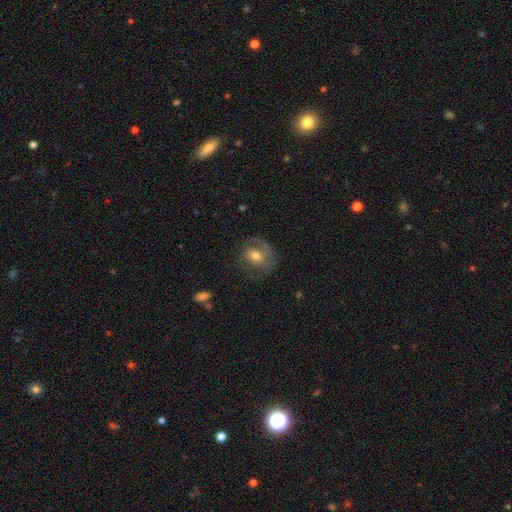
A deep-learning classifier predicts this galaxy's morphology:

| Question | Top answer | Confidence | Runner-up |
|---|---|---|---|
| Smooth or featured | featured or disk | 70% | smooth (22%) |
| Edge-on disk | no | 97% | yes (3%) |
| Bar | no | 51% | weak (38%) |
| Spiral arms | yes | 88% | no (12%) |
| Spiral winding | medium | 42% | tight (41%) |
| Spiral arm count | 2 | 53% | 1 (26%) |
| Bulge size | moderate | 67% | small (23%) |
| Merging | none | 68% | minor disturbance (18%) |